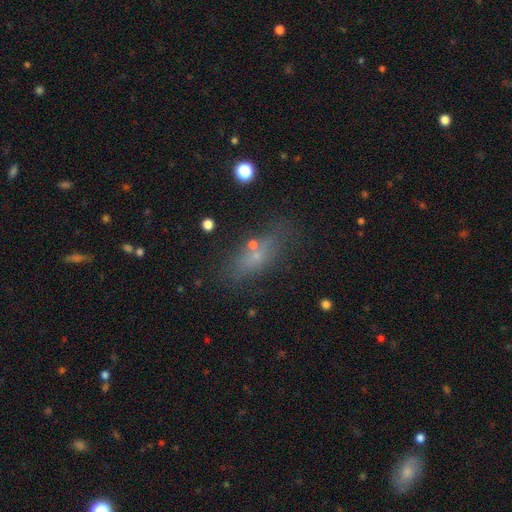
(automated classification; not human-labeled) smooth-or-featured: smooth: 56% | featured or disk: 22% | star or artifact: 22%
  how-rounded: in between: 58% | cigar-shaped: 34% | round: 8%
  merging: none: 64% | minor disturbance: 17% | merger: 10% | major disturbance: 9%